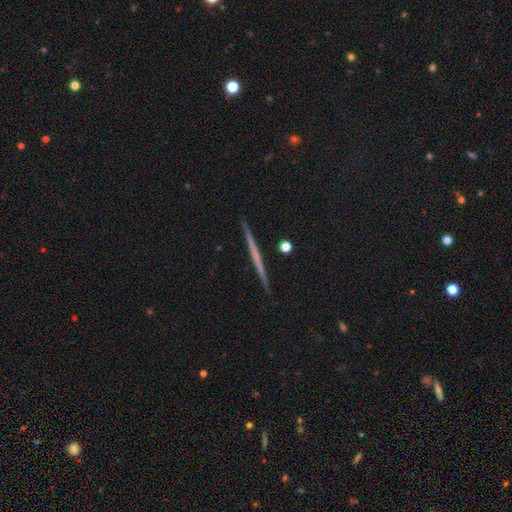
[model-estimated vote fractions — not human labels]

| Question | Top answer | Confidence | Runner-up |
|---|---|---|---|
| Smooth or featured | featured or disk | 59% | smooth (34%) |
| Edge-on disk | yes | 98% | no (2%) |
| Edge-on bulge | none | 89% | rounded (7%) |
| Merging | none | 93% | minor disturbance (5%) |